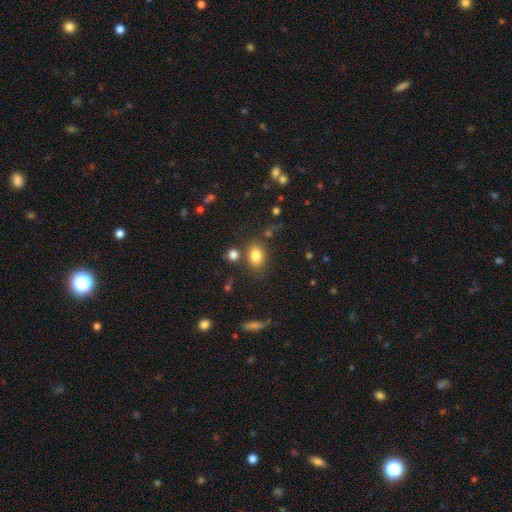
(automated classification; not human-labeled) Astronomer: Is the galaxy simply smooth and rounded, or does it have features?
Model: smooth — 82%.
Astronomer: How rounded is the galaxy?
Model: in between — 72%.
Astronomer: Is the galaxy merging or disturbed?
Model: none — 74%.